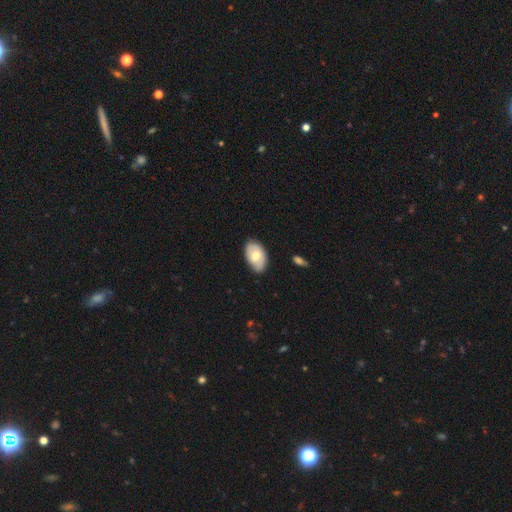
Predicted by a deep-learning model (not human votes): The model was most divided on "smooth or featured": smooth: 62%, featured or disk: 32%, star or artifact: 6%. More confident: how rounded — in between (92%); merging — none (76%).